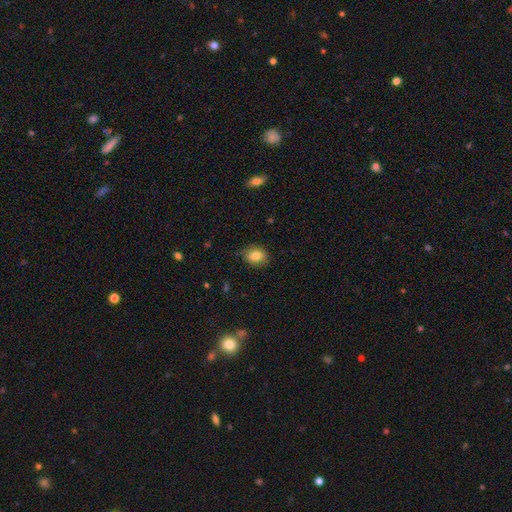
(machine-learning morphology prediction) smooth-or-featured: smooth: 81% | star or artifact: 10% | featured or disk: 9%
  how-rounded: round: 57% | in between: 42% | cigar-shaped: 1%
  merging: none: 80% | minor disturbance: 16% | major disturbance: 3% | merger: 1%